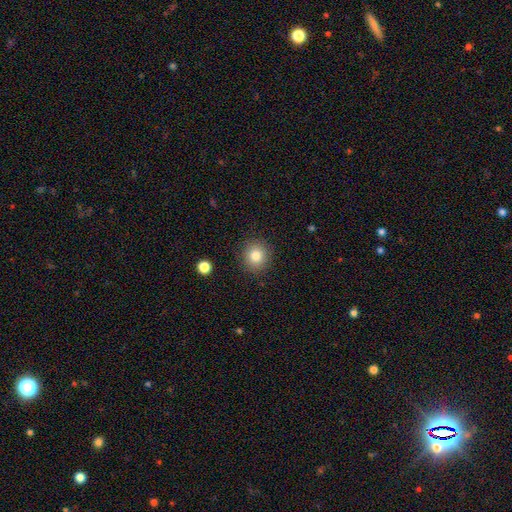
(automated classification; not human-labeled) The model was most divided on "smooth or featured": smooth: 82%, star or artifact: 11%, featured or disk: 8%. More confident: merging — none (89%); how rounded — round (86%).